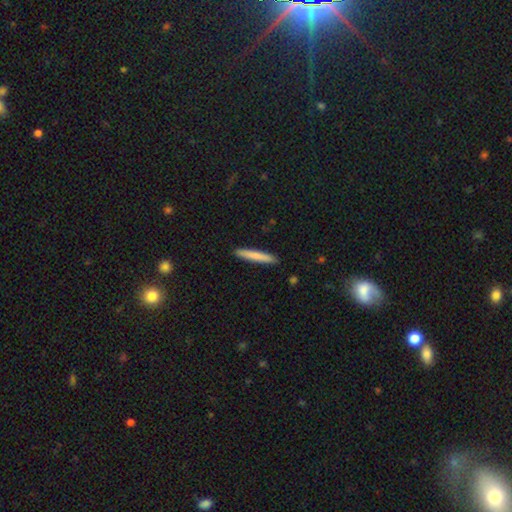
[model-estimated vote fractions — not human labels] Smooth or featured? Predicted: smooth (p=0.78). How rounded? Predicted: cigar-shaped (p=0.95). Merging? Predicted: none (p=0.92).